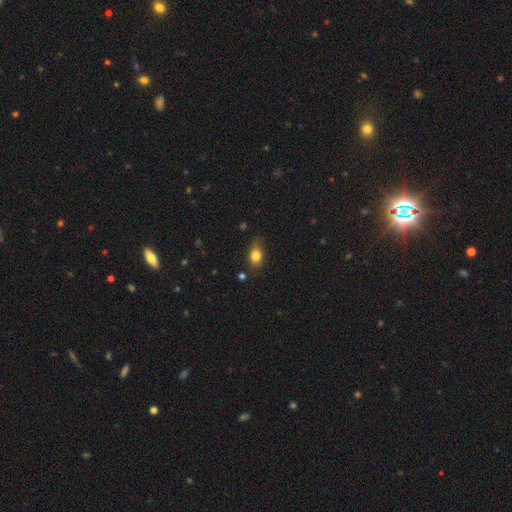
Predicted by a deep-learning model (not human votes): Smooth or featured? smooth (81%)
How rounded? in between (71%)
Merging? none (69%)